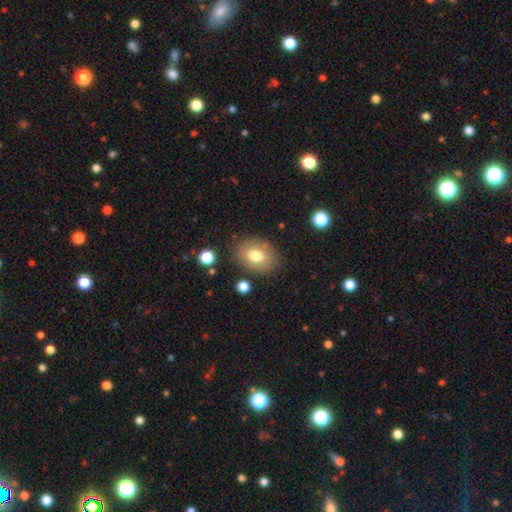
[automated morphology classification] This appears to be a smooth galaxy with no disk features (74%) that is in between round and cigar-shaped (64%). Merging: none (80%).